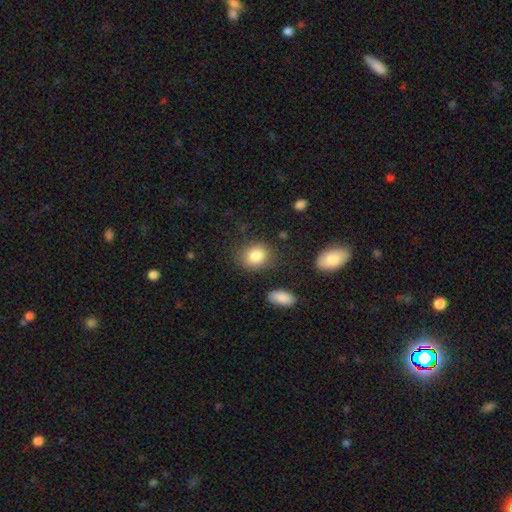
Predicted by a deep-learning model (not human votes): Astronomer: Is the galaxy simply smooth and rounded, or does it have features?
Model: smooth — 85%.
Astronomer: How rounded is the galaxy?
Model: round — 55% (runner-up: in between, 44%).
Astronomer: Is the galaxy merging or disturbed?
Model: none — 80%.